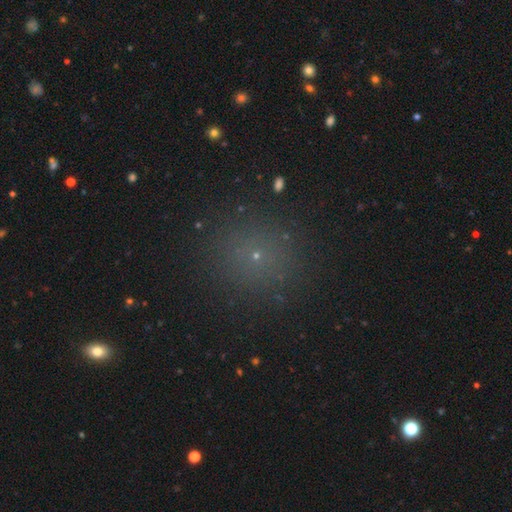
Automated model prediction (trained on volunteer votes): smooth-or-featured: smooth: 59% | star or artifact: 32% | featured or disk: 8%
  how-rounded: round: 93% | in between: 6% | cigar-shaped: 1%
  merging: none: 89% | minor disturbance: 7% | major disturbance: 3% | merger: 1%